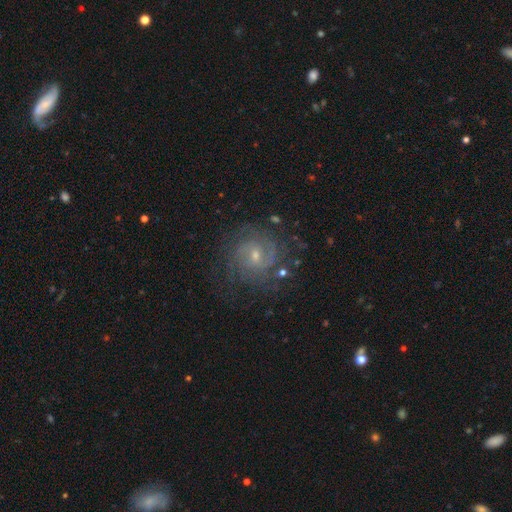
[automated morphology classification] Smooth or featured? Predicted: featured or disk (p=0.81). Edge-on disk? Predicted: no (p=0.98). Bar? Predicted: weak (p=0.47). Spiral arms? Predicted: yes (p=0.94). Spiral winding? Predicted: tight (p=0.56). Spiral arm count? Predicted: 2 (p=0.36). Bulge size? Predicted: small (p=0.58). Merging? Predicted: none (p=0.73).